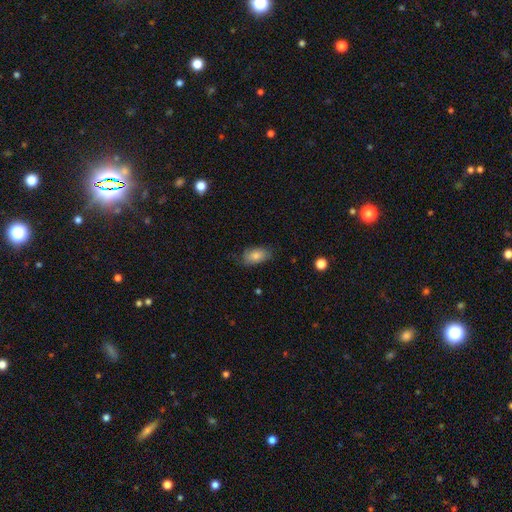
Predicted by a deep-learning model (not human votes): This appears to be a smooth galaxy with no disk features (81%) that is in between round and cigar-shaped (91%). Merging: none (74%).